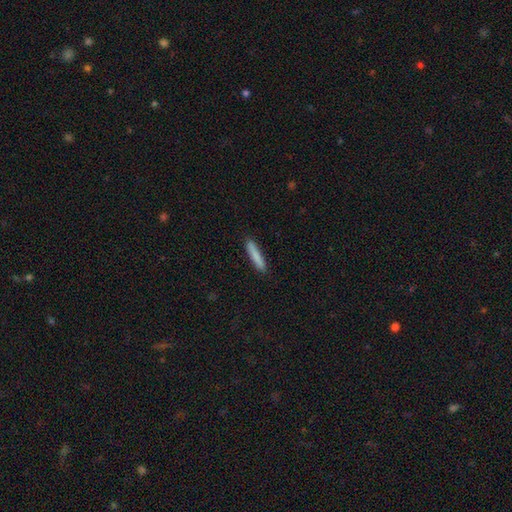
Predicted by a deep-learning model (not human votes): A smooth galaxy with no disk features (84%) that is cigar-shaped (92%).

Vote fractions:
- Smooth or featured? smooth: 84% / featured or disk: 10% / star or artifact: 6%
- How rounded? cigar-shaped: 92% / in between: 7% / round: 1%
- Merging? none: 89% / minor disturbance: 8% / major disturbance: 2% / merger: 1%